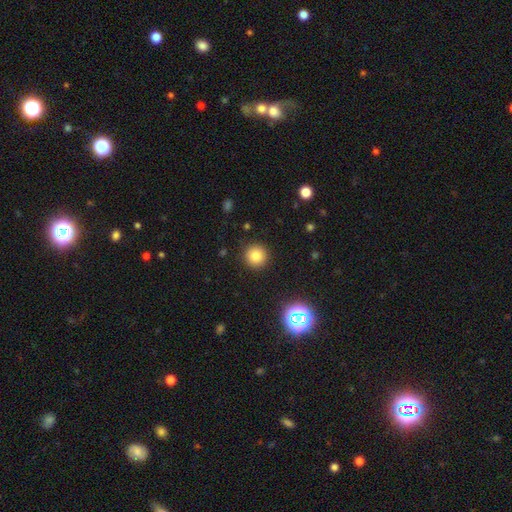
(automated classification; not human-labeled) Smooth or featured?
  - smooth: 80% *
  - star or artifact: 14%
  - featured or disk: 6%
How rounded?
  - round: 95% *
  - in between: 4%
  - cigar-shaped: 1%
Merging?
  - none: 91% *
  - minor disturbance: 6%
  - major disturbance: 2%
  - merger: 1%